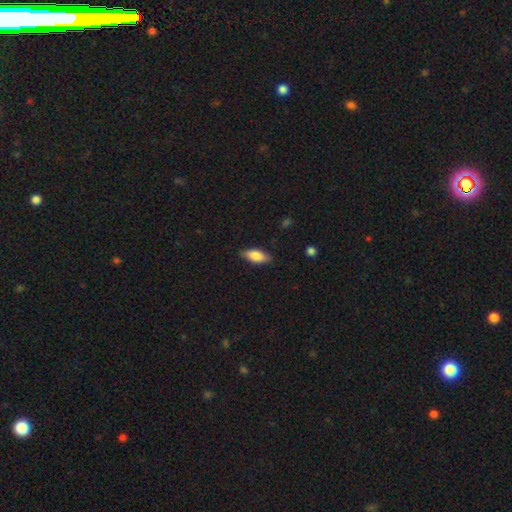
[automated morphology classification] This is clearly a smooth galaxy (82%). How rounded: likely in between (78%). Merging: clearly none (85%).